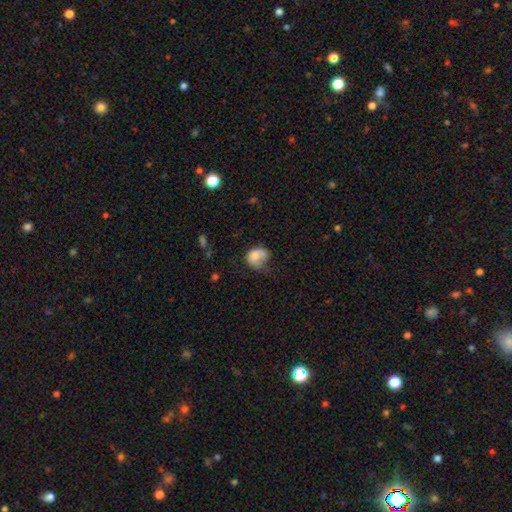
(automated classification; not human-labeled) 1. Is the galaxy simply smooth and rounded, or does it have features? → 74% smooth, 17% featured or disk, 9% star or artifact.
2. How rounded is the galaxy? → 50% in between, 49% round, 1% cigar-shaped.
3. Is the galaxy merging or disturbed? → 33% minor disturbance, 30% major disturbance, 29% none, 7% merger.